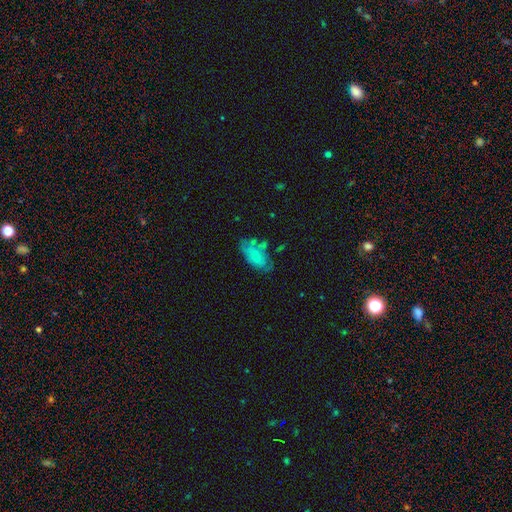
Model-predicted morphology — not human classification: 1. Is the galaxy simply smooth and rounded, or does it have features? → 68% smooth, 24% featured or disk, 8% star or artifact.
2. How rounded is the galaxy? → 91% in between, 6% cigar-shaped, 3% round.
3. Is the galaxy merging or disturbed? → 48% none, 27% minor disturbance, 14% major disturbance, 10% merger.